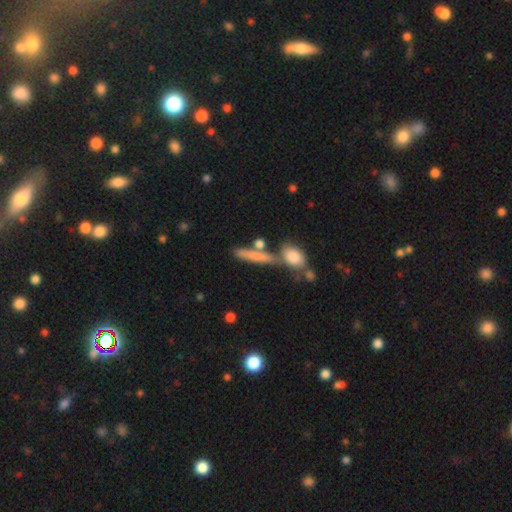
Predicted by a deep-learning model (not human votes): Smooth or featured: smooth — 69% (featured or disk — 23%)
How rounded: cigar-shaped — 78% (in between — 16%)
Merging: none — 60% (merger — 22%)